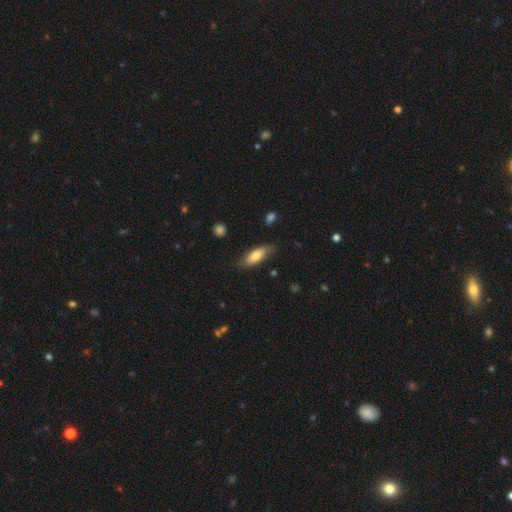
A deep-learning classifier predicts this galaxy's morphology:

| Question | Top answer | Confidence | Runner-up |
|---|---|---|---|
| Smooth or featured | smooth | 68% | featured or disk (26%) |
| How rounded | in between | 71% | cigar-shaped (27%) |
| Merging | none | 73% | minor disturbance (22%) |